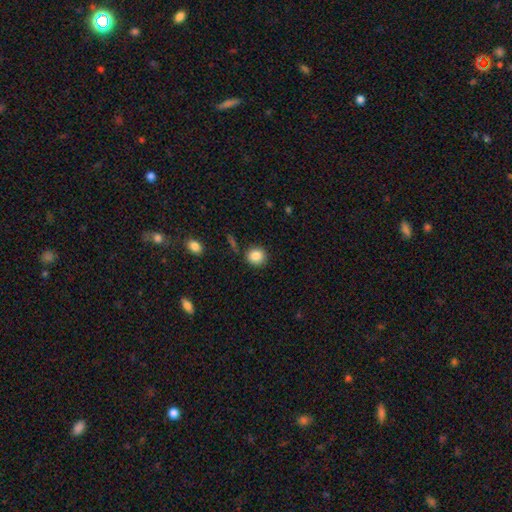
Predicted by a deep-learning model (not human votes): Morphology: type=smooth (87%); roundness=round (85%); merging=none (86%).